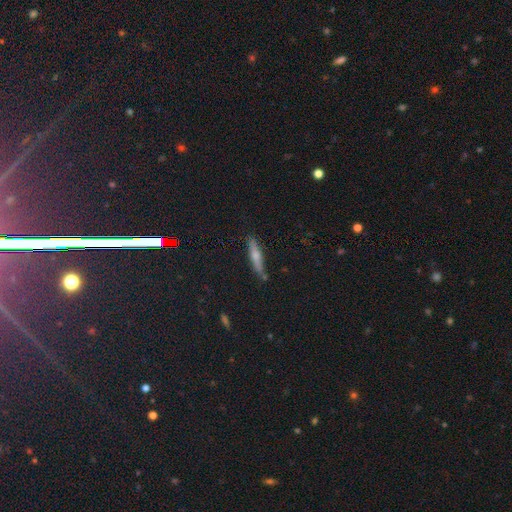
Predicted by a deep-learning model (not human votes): Overall: smooth (50%; featured or disk 41%). Merging: none (79%).